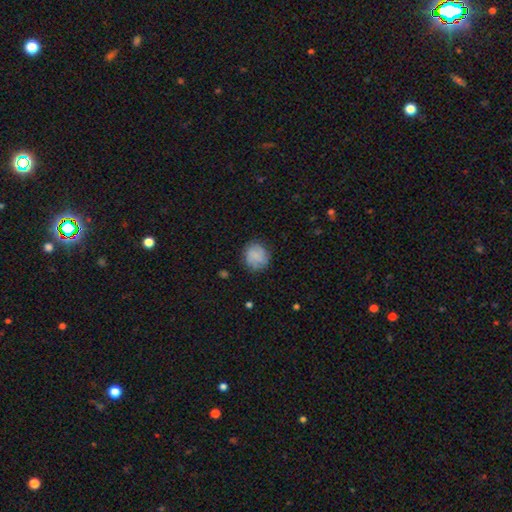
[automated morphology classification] A smooth galaxy with no disk features (79%) that is round (85%).

Vote fractions:
- Smooth or featured? smooth: 79% / featured or disk: 13% / star or artifact: 8%
- How rounded? round: 85% / in between: 14% / cigar-shaped: 1%
- Merging? none: 80% / minor disturbance: 15% / major disturbance: 4% / merger: 1%